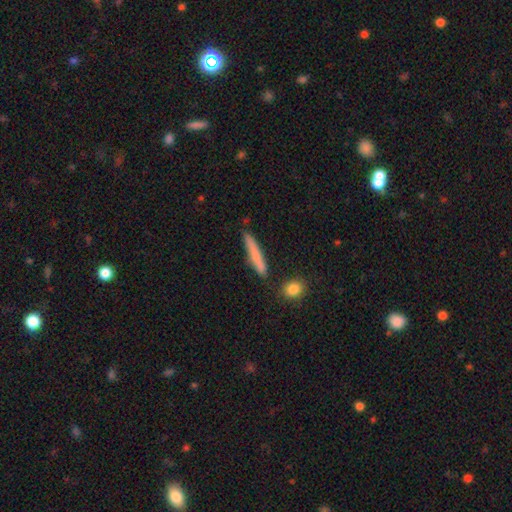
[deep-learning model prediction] The model was most divided on "smooth or featured": smooth: 72%, featured or disk: 21%, star or artifact: 7%. More confident: how rounded — cigar-shaped (94%); merging — none (81%).